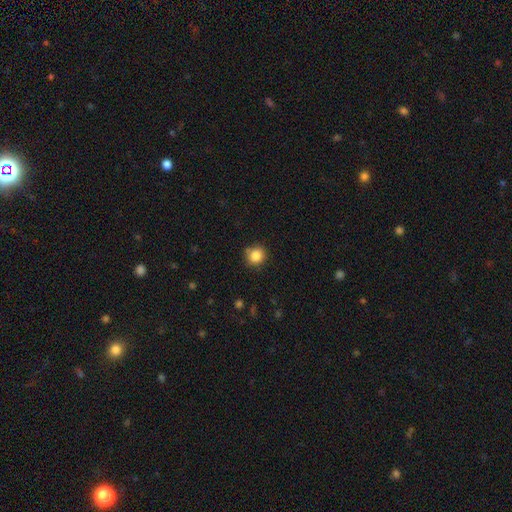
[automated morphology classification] smooth_or_featured: smooth (p=0.84) [alt: star or artifact p=0.11]
how_rounded: round (p=0.91) [alt: in between p=0.08]
merging: none (p=0.82) [alt: minor disturbance p=0.12]